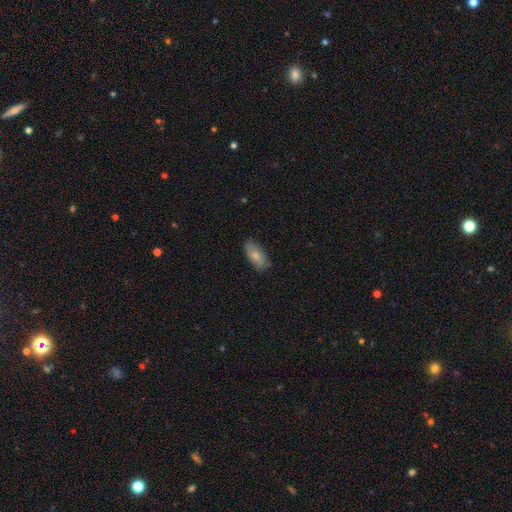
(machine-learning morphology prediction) This is likely a smooth galaxy (75%). How rounded: clearly in between (90%). Merging: clearly none (80%).